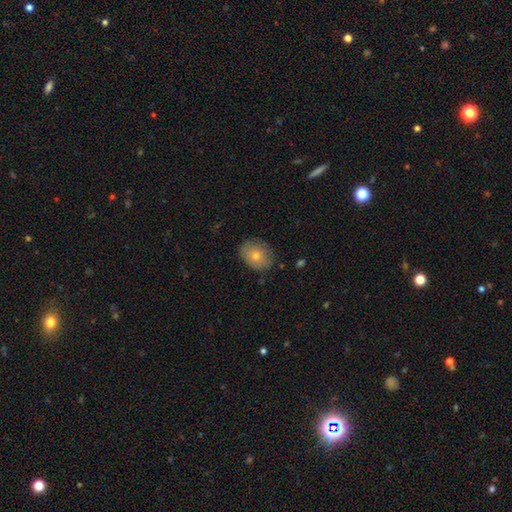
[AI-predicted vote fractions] Smooth or featured? smooth (67%)
How rounded? in between (52%)
Merging? none (79%)